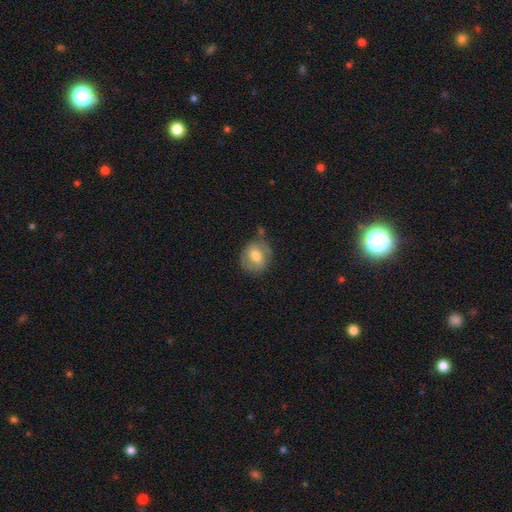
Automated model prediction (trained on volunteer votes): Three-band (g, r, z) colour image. It shows a smooth galaxy with no disk features (63%) that is round (70%). Merging: none (64%).